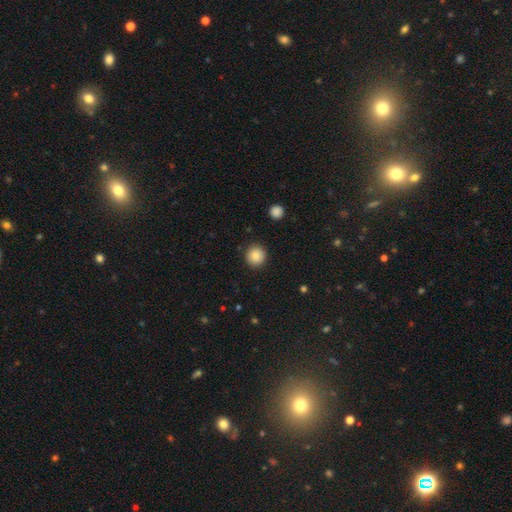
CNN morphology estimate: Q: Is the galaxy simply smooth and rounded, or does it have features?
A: smooth — 85%.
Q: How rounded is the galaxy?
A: round — 94%.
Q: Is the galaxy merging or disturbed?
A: none — 91%.